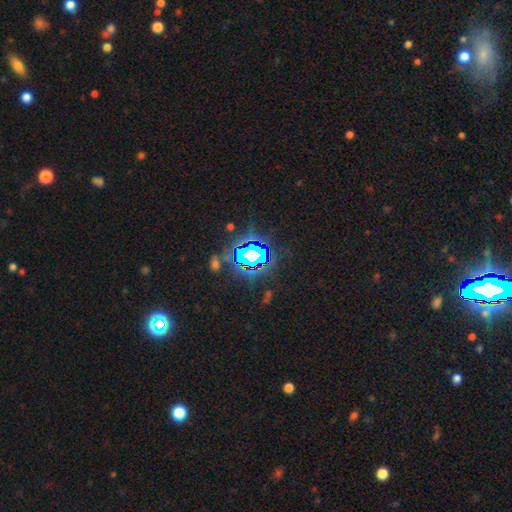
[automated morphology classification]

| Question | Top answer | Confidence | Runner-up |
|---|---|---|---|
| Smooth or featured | star or artifact | 73% | smooth (14%) |